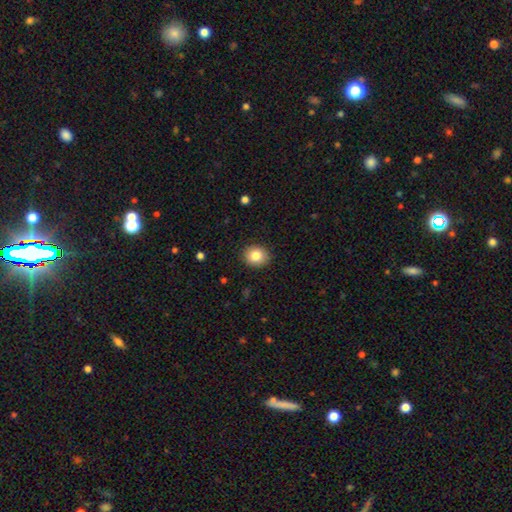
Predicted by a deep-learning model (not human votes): A smooth galaxy with no disk features (83%) that is round (70%).

Vote fractions:
- Smooth or featured? smooth: 83% / star or artifact: 9% / featured or disk: 7%
- How rounded? round: 70% / in between: 29% / cigar-shaped: 1%
- Merging? none: 90% / minor disturbance: 7% / major disturbance: 2% / merger: 1%